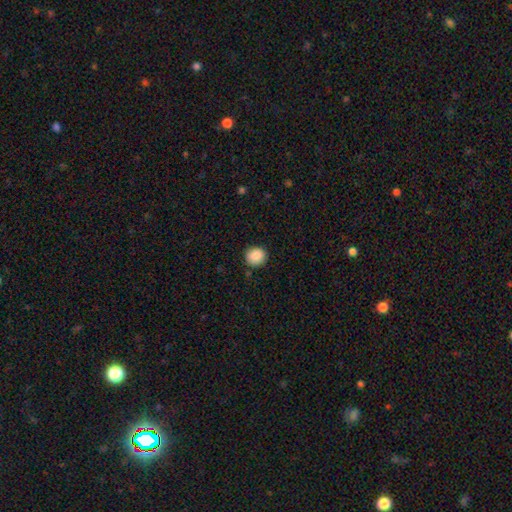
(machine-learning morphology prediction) A smooth galaxy with no disk features (89%) that is round (86%).

Vote fractions:
- Smooth or featured? smooth: 89% / star or artifact: 8% / featured or disk: 3%
- How rounded? round: 86% / in between: 13% / cigar-shaped: 1%
- Merging? none: 87% / minor disturbance: 9% / major disturbance: 2% / merger: 1%